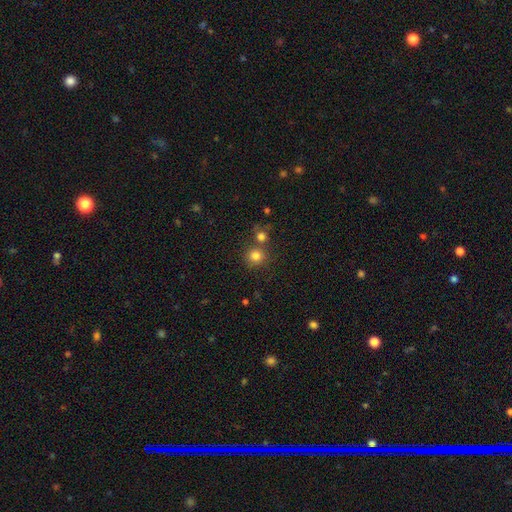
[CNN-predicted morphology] Smooth or featured? smooth (81%)
How rounded? round (91%)
Merging? none (68%)